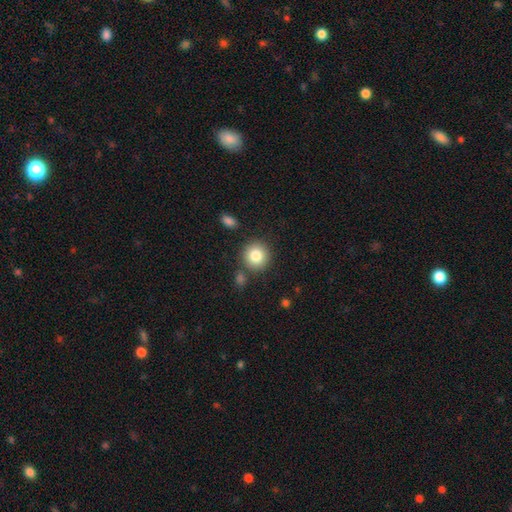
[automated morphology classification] smooth_or_featured: smooth (p=0.83) [alt: star or artifact p=0.09]
how_rounded: round (p=0.91) [alt: in between p=0.08]
merging: none (p=0.81) [alt: minor disturbance p=0.09]